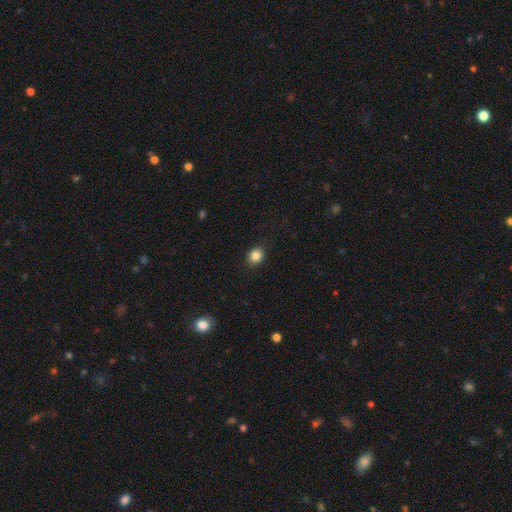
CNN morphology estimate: The model was most divided on "how rounded": round: 59%, in between: 40%, cigar-shaped: 1%. More confident: merging — none (87%); smooth or featured — smooth (84%).